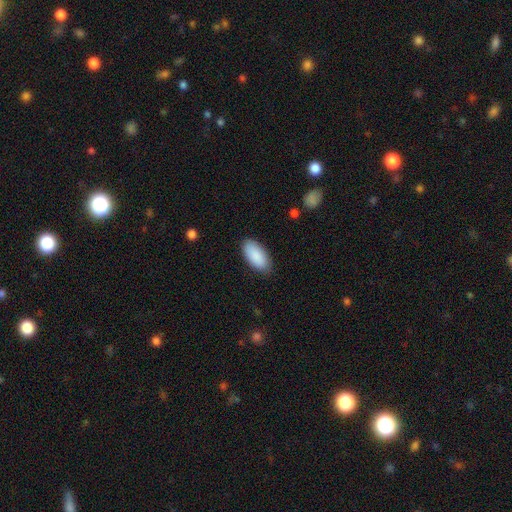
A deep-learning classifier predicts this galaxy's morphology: Smooth or featured? smooth (90%)
How rounded? in between (93%)
Merging? none (84%)